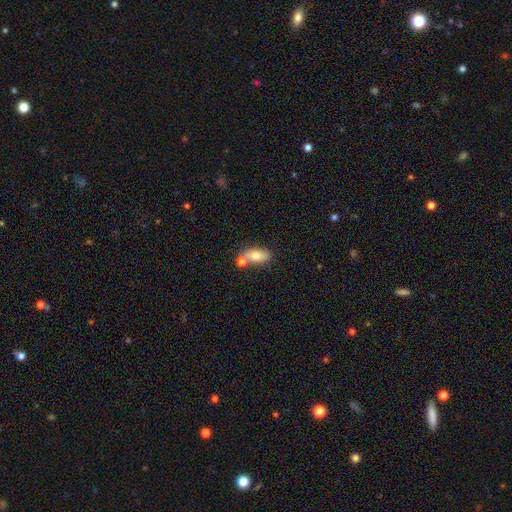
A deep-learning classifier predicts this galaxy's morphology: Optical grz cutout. It shows a smooth galaxy with no disk features (73%) that is in between round and cigar-shaped (85%). Merging: none (53%).